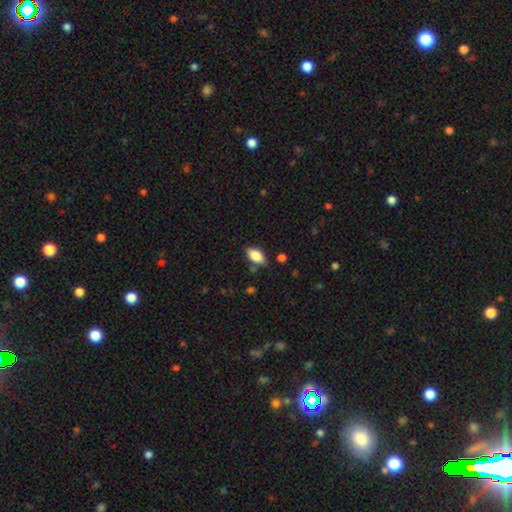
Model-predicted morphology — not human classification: Overall: smooth (85%). How rounded: in between (92%). Merging: none (79%).